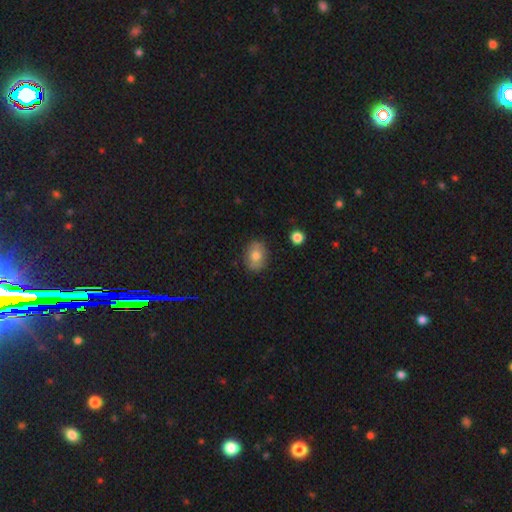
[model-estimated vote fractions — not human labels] Smooth or featured: smooth — 73% (featured or disk — 18%)
How rounded: in between — 66% (round — 33%)
Merging: none — 83% (minor disturbance — 13%)